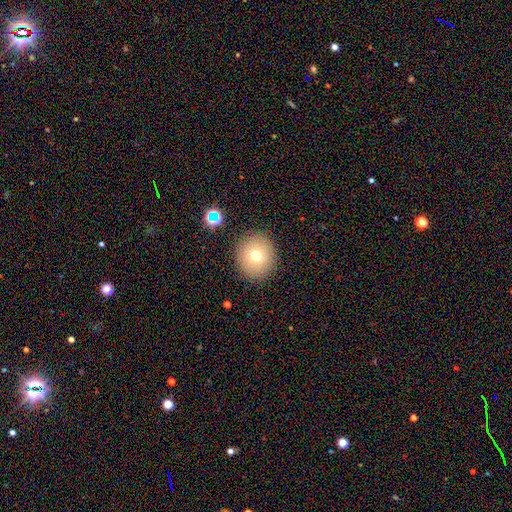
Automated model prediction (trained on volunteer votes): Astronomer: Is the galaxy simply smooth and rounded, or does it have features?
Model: smooth — 71%.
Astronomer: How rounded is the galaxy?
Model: round — 87%.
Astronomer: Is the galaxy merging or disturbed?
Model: none — 89%.